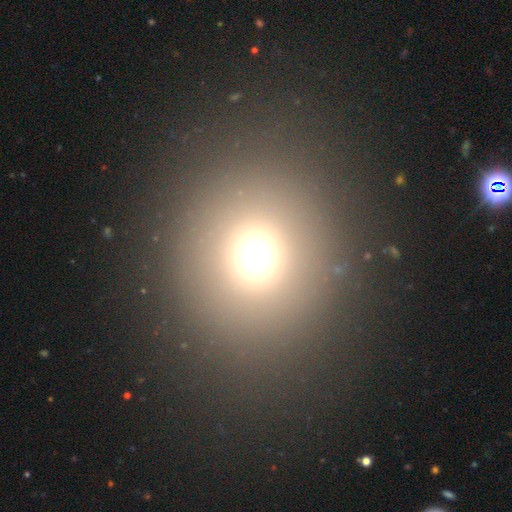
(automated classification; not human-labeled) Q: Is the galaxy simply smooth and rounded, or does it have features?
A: smooth — 66%.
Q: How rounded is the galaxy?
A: round — 87%.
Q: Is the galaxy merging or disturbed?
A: none — 86%.